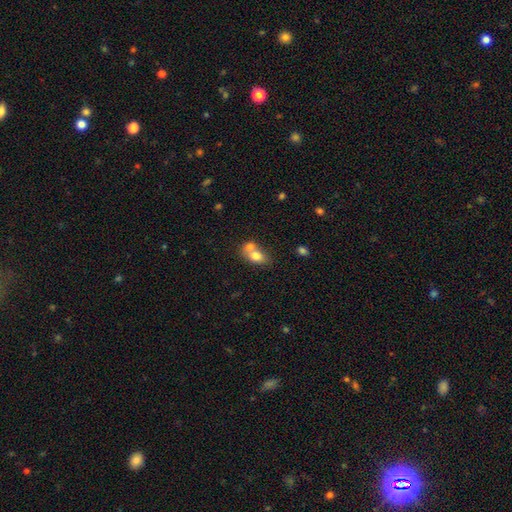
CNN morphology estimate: This is likely a smooth galaxy (74%). How rounded: likely in between (75%). Merging: likely merger (63%).